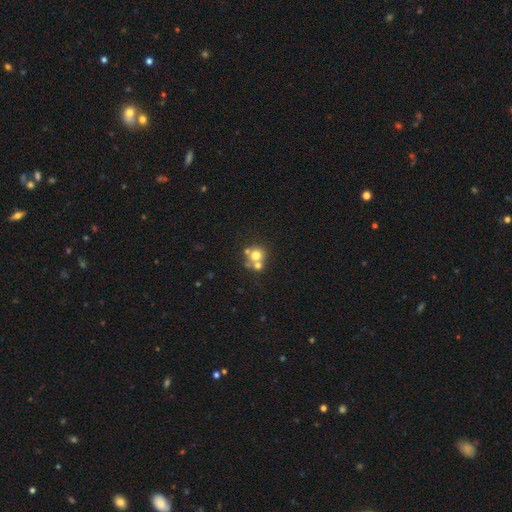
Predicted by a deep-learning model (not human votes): Smooth or featured: smooth — 68% (featured or disk — 18%)
How rounded: round — 87% (in between — 12%)
Merging: none — 47% (merger — 43%)